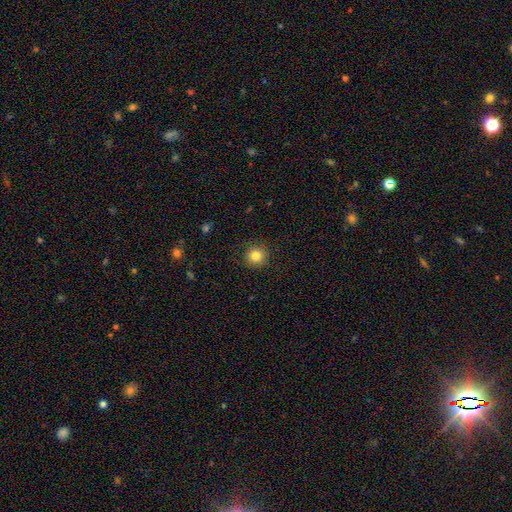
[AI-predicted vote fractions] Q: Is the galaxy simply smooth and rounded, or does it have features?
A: smooth — 83%.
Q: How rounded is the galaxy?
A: round — 94%.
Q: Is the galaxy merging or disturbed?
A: none — 90%.